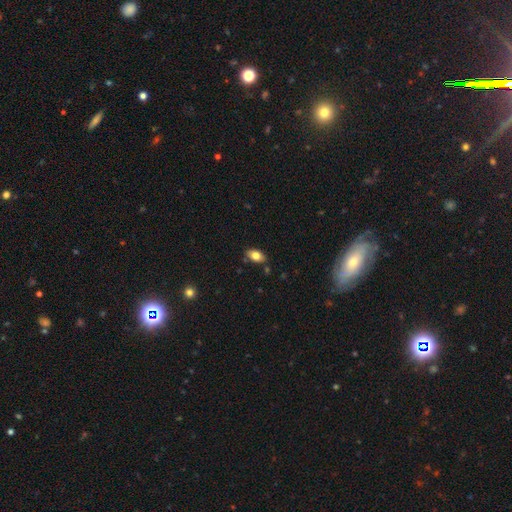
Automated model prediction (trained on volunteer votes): Smooth or featured?
  - smooth: 79% *
  - featured or disk: 13%
  - star or artifact: 8%
How rounded?
  - in between: 89% *
  - round: 7%
  - cigar-shaped: 3%
Merging?
  - none: 82% *
  - minor disturbance: 13%
  - merger: 3%
  - major disturbance: 2%